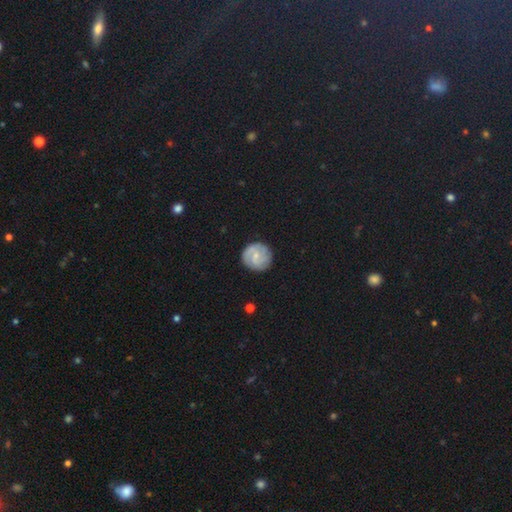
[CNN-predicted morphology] Smooth or featured: featured or disk — 66% (smooth — 29%)
Edge-on disk: no — 98% (yes — 2%)
Bar: weak — 49% (no — 42%)
Spiral arms: yes — 91% (no — 9%)
Spiral winding: tight — 52% (medium — 36%)
Spiral arm count: 2 — 47% (3 — 20%)
Bulge size: small — 64% (moderate — 28%)
Merging: none — 85% (minor disturbance — 11%)